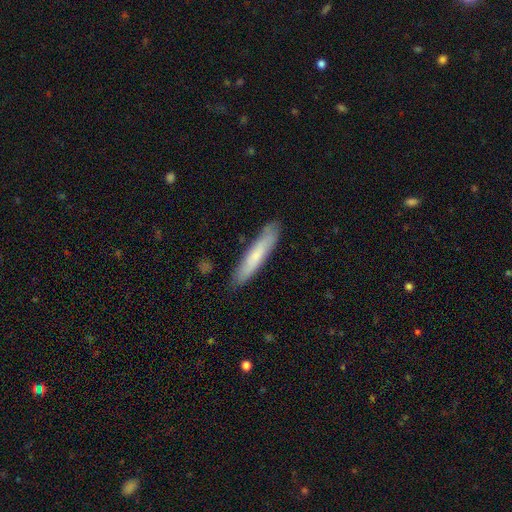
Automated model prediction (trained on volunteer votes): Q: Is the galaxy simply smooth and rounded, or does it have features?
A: smooth — 69%.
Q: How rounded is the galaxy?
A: cigar-shaped — 90%.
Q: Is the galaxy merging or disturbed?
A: none — 84%.